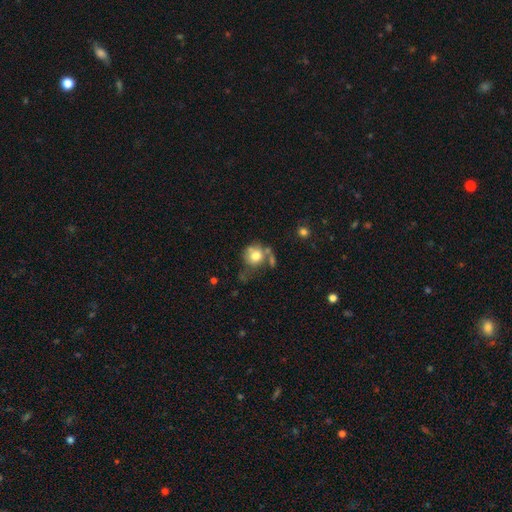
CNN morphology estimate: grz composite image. It shows a smooth galaxy with no disk features (72%) that is round (80%). Merging: none (39%).